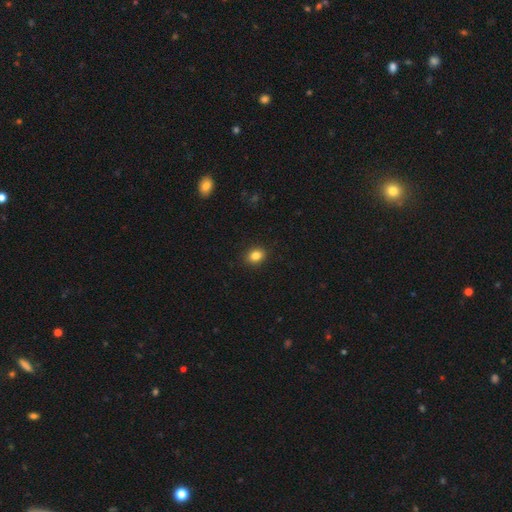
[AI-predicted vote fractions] Smooth or featured?
  - smooth: 84% *
  - star or artifact: 11%
  - featured or disk: 5%
How rounded?
  - in between: 50% *
  - round: 49%
  - cigar-shaped: 1%
Merging?
  - none: 91% *
  - minor disturbance: 7%
  - major disturbance: 2%
  - merger: 1%